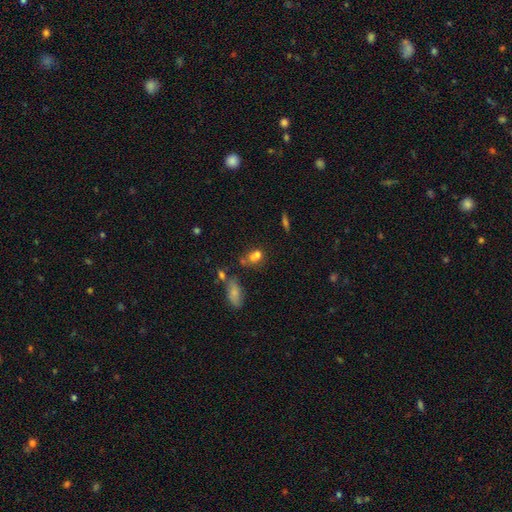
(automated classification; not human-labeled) Smooth or featured? Predicted: smooth (p=0.70). How rounded? Predicted: in between (p=0.66). Merging? Predicted: merger (p=0.38).